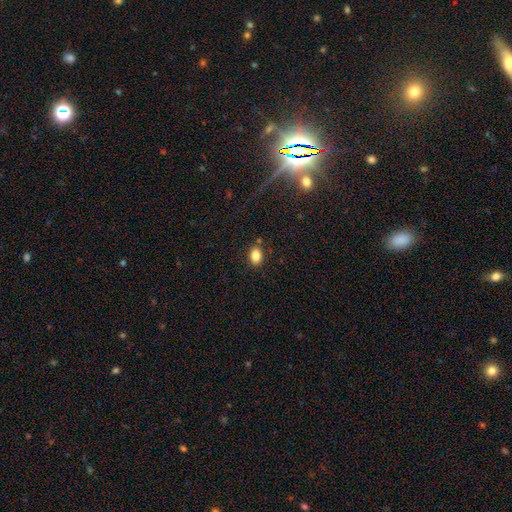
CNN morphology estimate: smooth-or-featured: smooth: 85% | star or artifact: 10% | featured or disk: 6%
  how-rounded: in between: 81% | round: 18% | cigar-shaped: 1%
  merging: none: 84% | minor disturbance: 10% | merger: 3% | major disturbance: 3%